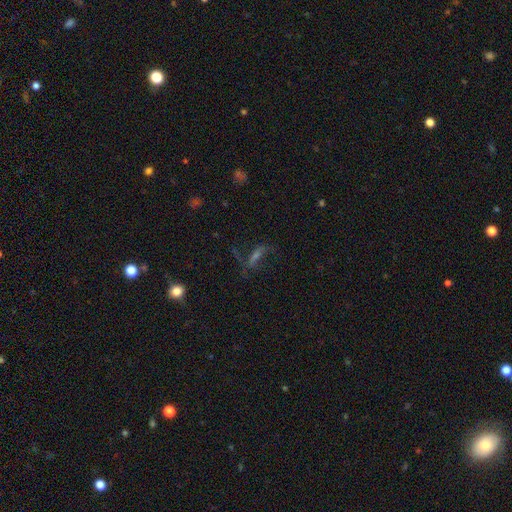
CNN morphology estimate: Smooth or featured? Predicted: featured or disk (p=0.47). Merging? Predicted: none (p=0.56).